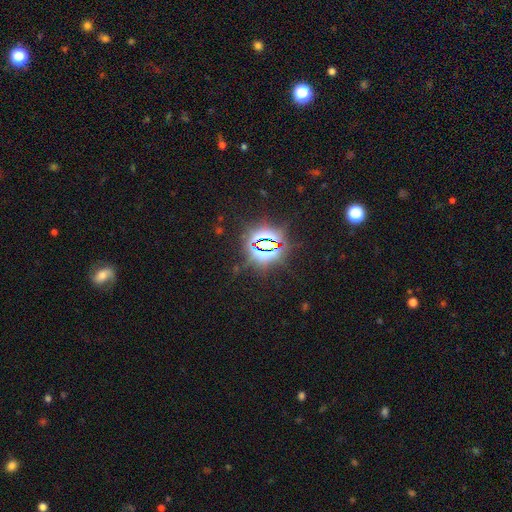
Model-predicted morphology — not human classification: Smooth or featured?
  - star or artifact: 82% *
  - smooth: 11%
  - featured or disk: 7%